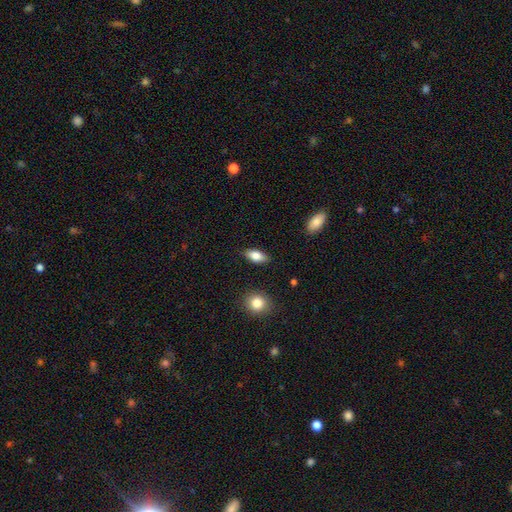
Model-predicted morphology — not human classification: smooth 81%, featured or disk 13%, star or artifact 7%. Down the decision tree: how rounded — in between (87%); merging — none (87%).